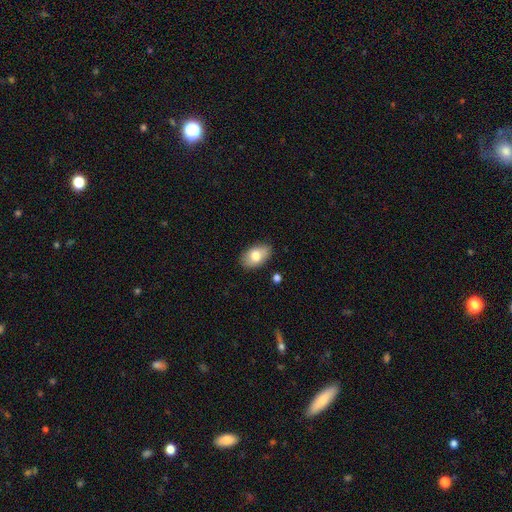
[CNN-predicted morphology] This is likely a smooth galaxy (77%). How rounded: clearly in between (90%). Merging: clearly none (83%).